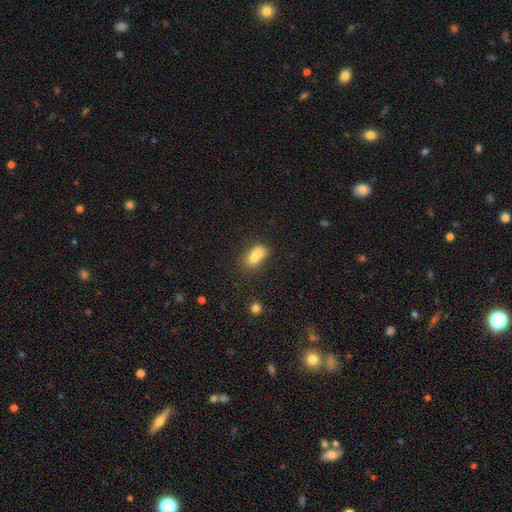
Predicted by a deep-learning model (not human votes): Q: Smooth or featured?
A: smooth (73%); runner-up: featured or disk (17%)
Q: How rounded?
A: in between (77%); runner-up: round (19%)
Q: Merging?
A: merger (50%); runner-up: none (31%)